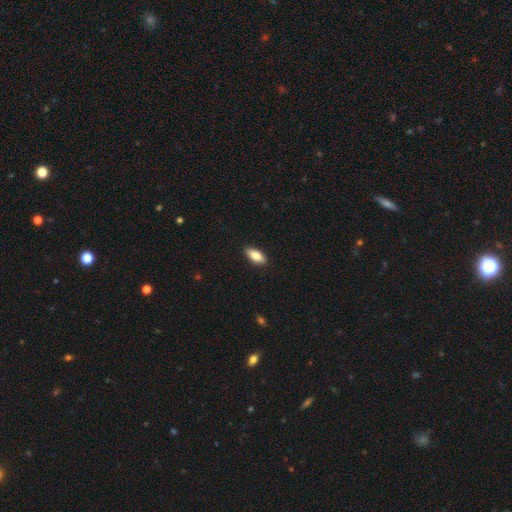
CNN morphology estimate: Smooth or featured: smooth — 82% (featured or disk — 11%)
How rounded: in between — 84% (cigar-shaped — 13%)
Merging: none — 89% (minor disturbance — 9%)